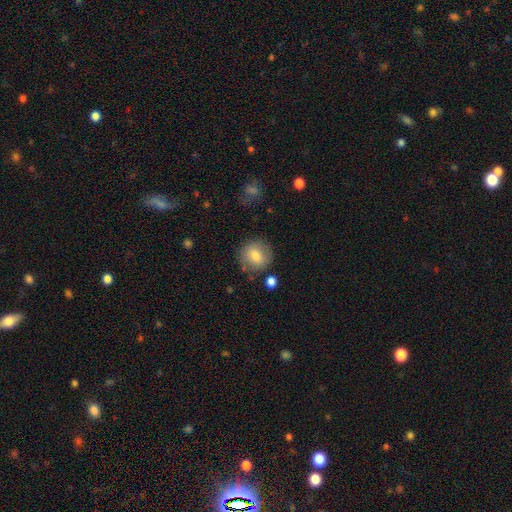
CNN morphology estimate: Smooth or featured: smooth — 74% (featured or disk — 17%)
How rounded: round — 89% (in between — 10%)
Merging: none — 82% (minor disturbance — 11%)